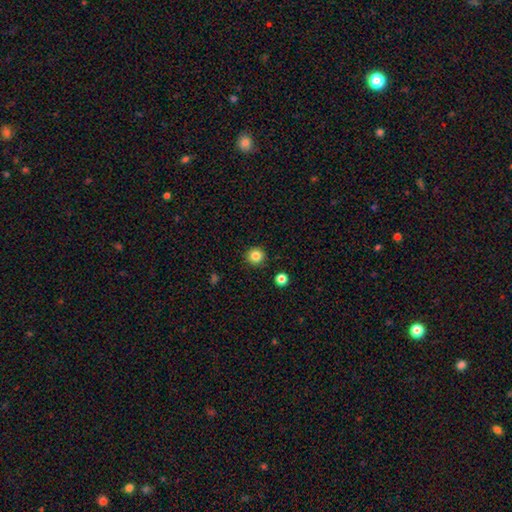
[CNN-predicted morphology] smooth-or-featured: smooth: 84% | star or artifact: 11% | featured or disk: 5%
  how-rounded: round: 95% | in between: 4% | cigar-shaped: 1%
  merging: none: 92% | minor disturbance: 5% | major disturbance: 2% | merger: 1%